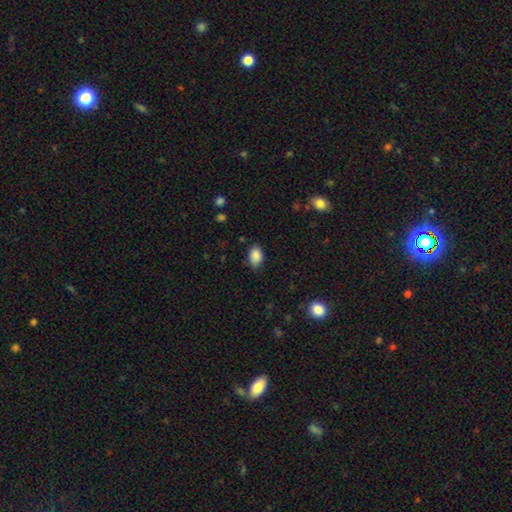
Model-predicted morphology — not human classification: This appears to be a smooth galaxy with no disk features (88%) that is in between round and cigar-shaped (85%). Merging: none (77%).